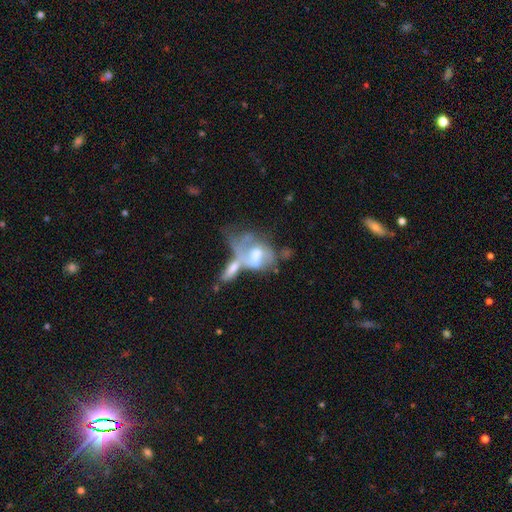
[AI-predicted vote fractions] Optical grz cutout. It shows a featured or disk galaxy (59%) with no bar (44%), no spiral arms (58%) and a moderate central bulge (50%). Merging: merger (53%).